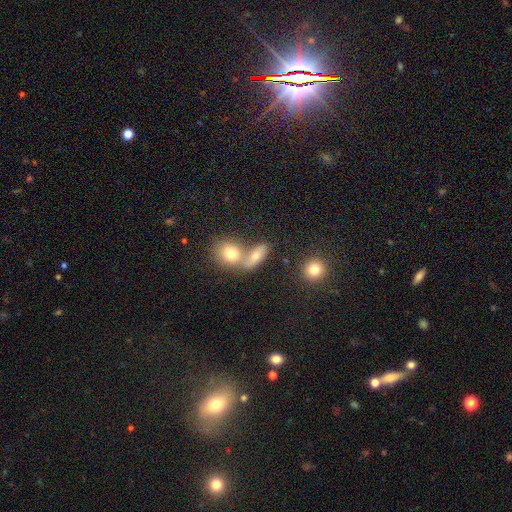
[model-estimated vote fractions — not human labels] This appears to be a smooth galaxy with no disk features (71%) that is in between round and cigar-shaped (64%). Merging: merger (43%).